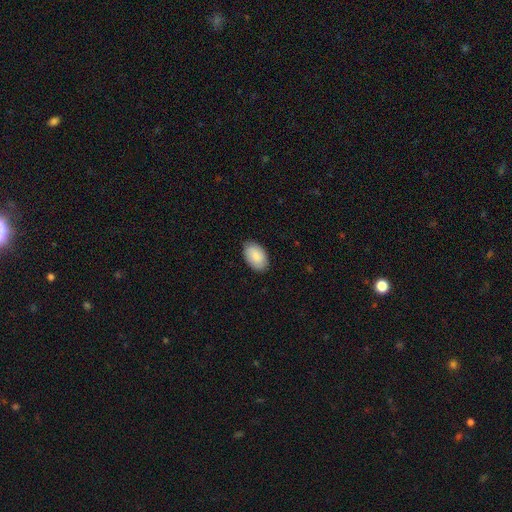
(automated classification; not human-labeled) Overall: smooth (87%). How rounded: in between (93%). Merging: none (86%).